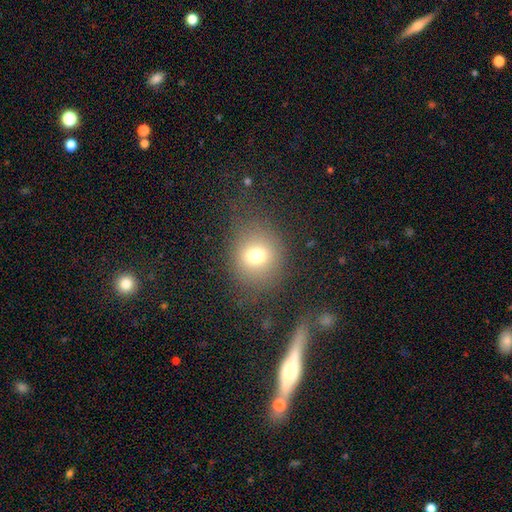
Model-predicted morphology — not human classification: smooth_or_featured: smooth (p=0.72) [alt: star or artifact p=0.15]
how_rounded: round (p=0.75) [alt: in between p=0.24]
merging: none (p=0.71) [alt: minor disturbance p=0.15]